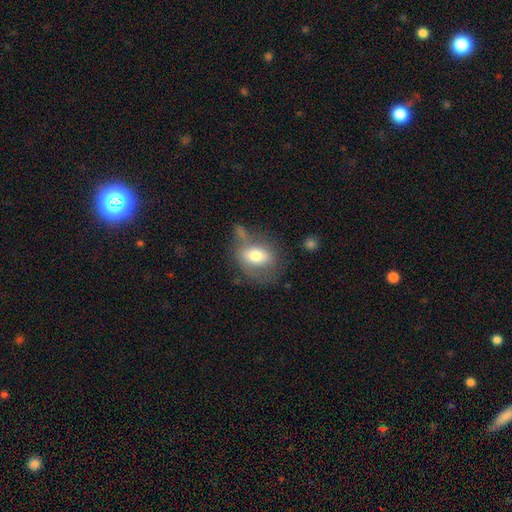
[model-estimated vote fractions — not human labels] Smooth or featured: smooth — 63% (featured or disk — 30%)
How rounded: in between — 69% (round — 29%)
Merging: none — 45% (minor disturbance — 24%)